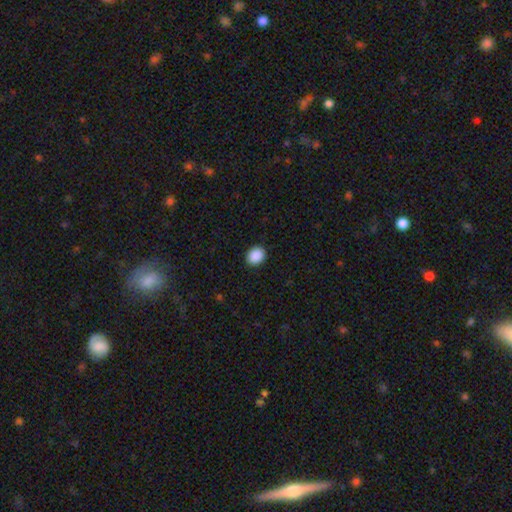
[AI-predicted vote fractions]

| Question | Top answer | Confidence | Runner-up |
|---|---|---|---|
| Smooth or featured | smooth | 90% | star or artifact (8%) |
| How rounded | round | 52% | in between (47%) |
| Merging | none | 91% | minor disturbance (6%) |